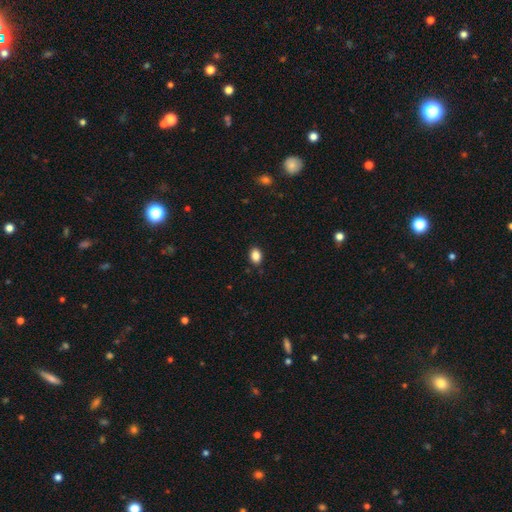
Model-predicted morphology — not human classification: smooth-or-featured: smooth: 86% | star or artifact: 9% | featured or disk: 4%
  how-rounded: in between: 77% | round: 22% | cigar-shaped: 1%
  merging: none: 88% | minor disturbance: 9% | major disturbance: 2% | merger: 1%